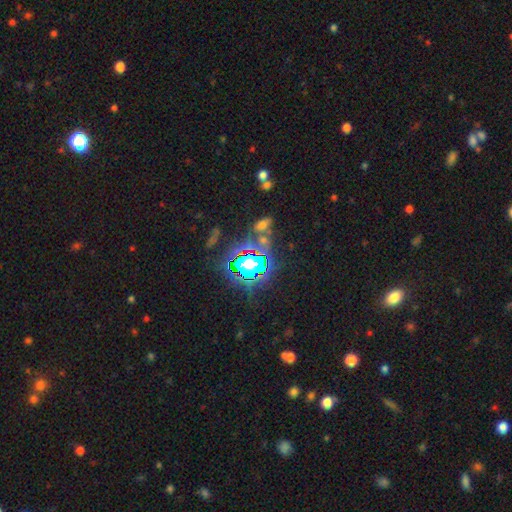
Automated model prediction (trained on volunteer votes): smooth-or-featured: star or artifact: 83% | smooth: 10% | featured or disk: 7%